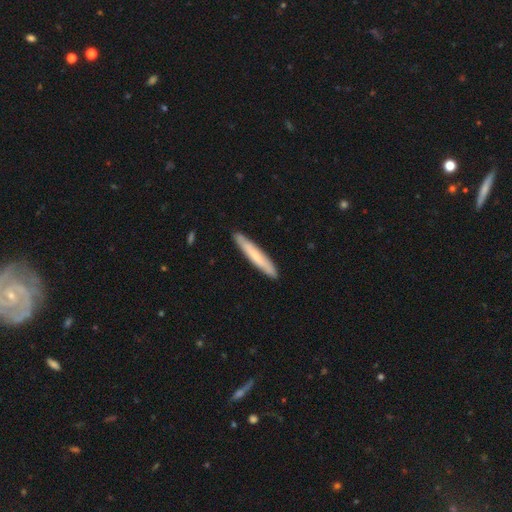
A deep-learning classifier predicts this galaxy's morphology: Smooth or featured: smooth — 66% (featured or disk — 29%)
How rounded: cigar-shaped — 94% (in between — 5%)
Merging: none — 89% (minor disturbance — 9%)